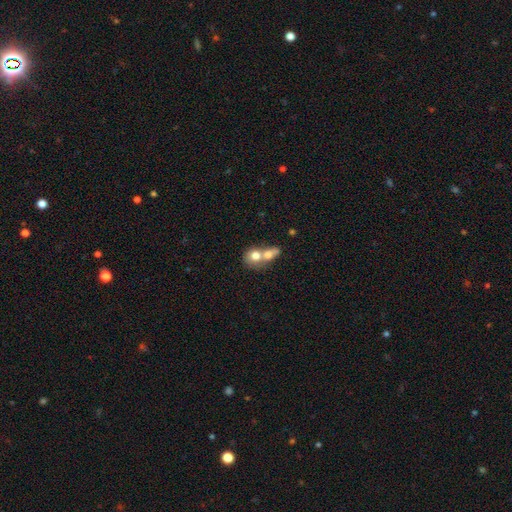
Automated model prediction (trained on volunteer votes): A smooth galaxy with no disk features (70%) that is round (62%). Merging: merger (74%).